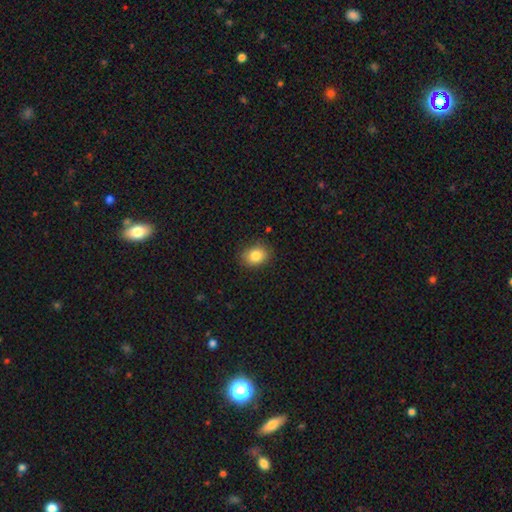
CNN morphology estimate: type=smooth (84%); roundness=in between (54%); merging=none (84%).